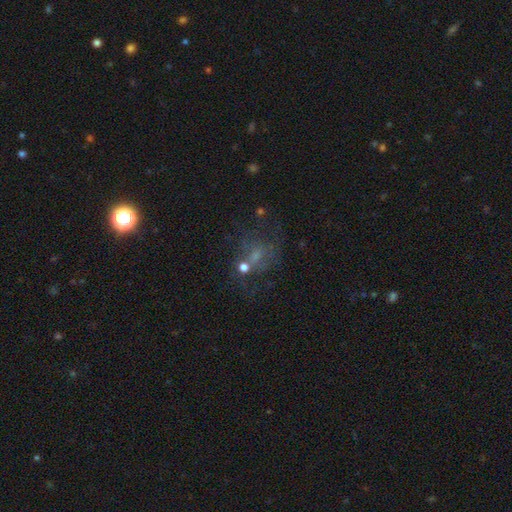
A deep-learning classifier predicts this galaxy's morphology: Q: Smooth or featured?
A: featured or disk (40%); runner-up: smooth (33%)
Q: Merging?
A: none (41%); runner-up: major disturbance (26%)